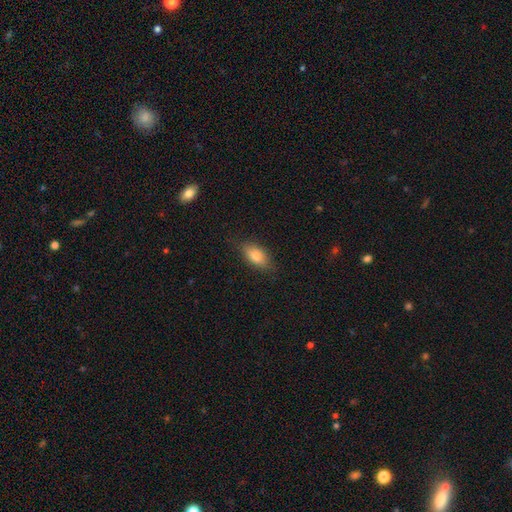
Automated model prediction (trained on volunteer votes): smooth 79%, featured or disk 13%, star or artifact 8%. Down the decision tree: how rounded — in between (87%); merging — none (82%).